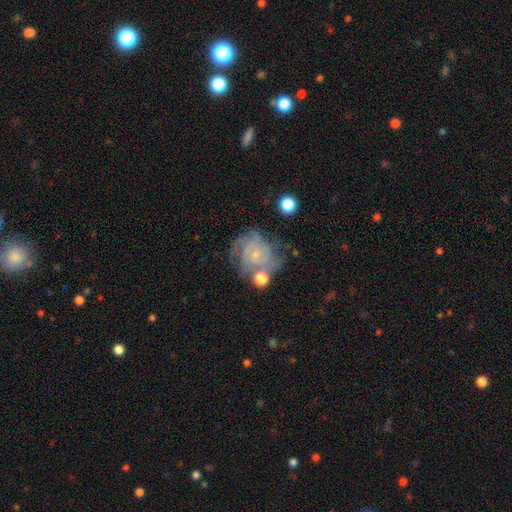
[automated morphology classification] Overall: featured or disk (80%). Edge-on disk: no (98%). Bar: no (67%; weak 27%). Spiral arms: yes (94%). Spiral arm count: can't tell (29%; 2 26%). Spiral winding: tight (62%; medium 31%). Bulge size: small (77%). Merging: none (57%; minor disturbance 21%).